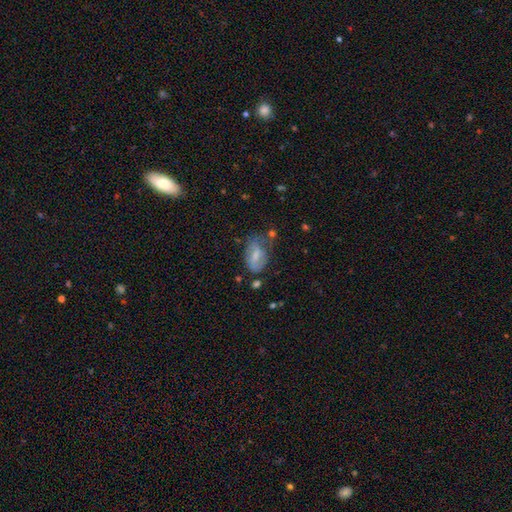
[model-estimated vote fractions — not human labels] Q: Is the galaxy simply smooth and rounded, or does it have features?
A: smooth — 54%.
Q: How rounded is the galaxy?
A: in between — 89%.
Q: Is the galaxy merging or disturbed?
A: none — 46%.